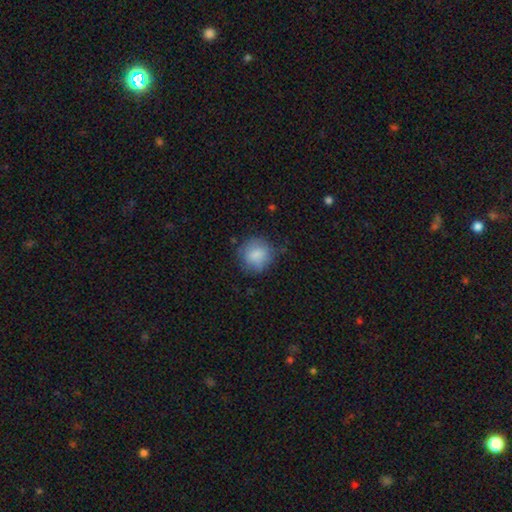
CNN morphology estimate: Q: Smooth or featured?
A: smooth (81%); runner-up: featured or disk (11%)
Q: How rounded?
A: round (83%); runner-up: in between (16%)
Q: Merging?
A: none (64%); runner-up: minor disturbance (25%)